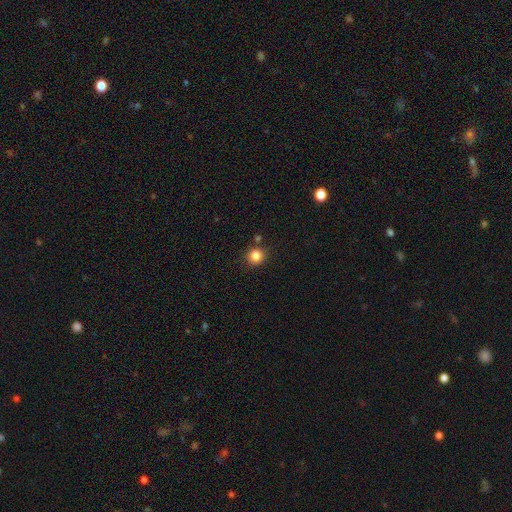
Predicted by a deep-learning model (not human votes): Smooth or featured? smooth (85%)
How rounded? round (90%)
Merging? none (83%)